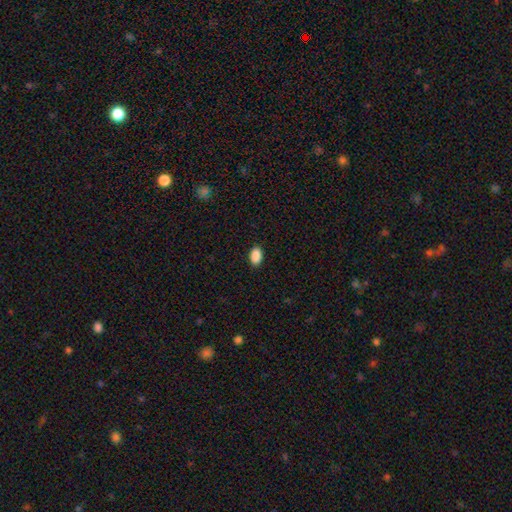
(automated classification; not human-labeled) Overall: smooth (90%). How rounded: in between (91%). Merging: none (89%).